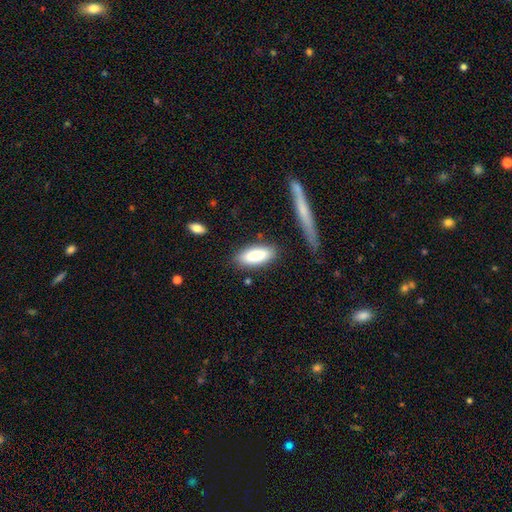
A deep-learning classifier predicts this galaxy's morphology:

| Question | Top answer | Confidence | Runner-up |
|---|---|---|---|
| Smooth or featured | smooth | 84% | featured or disk (10%) |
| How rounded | in between | 78% | cigar-shaped (20%) |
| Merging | none | 81% | minor disturbance (12%) |